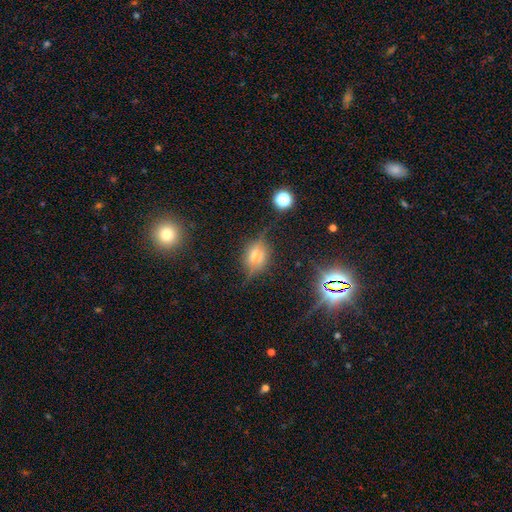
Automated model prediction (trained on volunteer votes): Morphology: type=featured or disk (51%); edge-on=yes (77%); merging=none (64%).